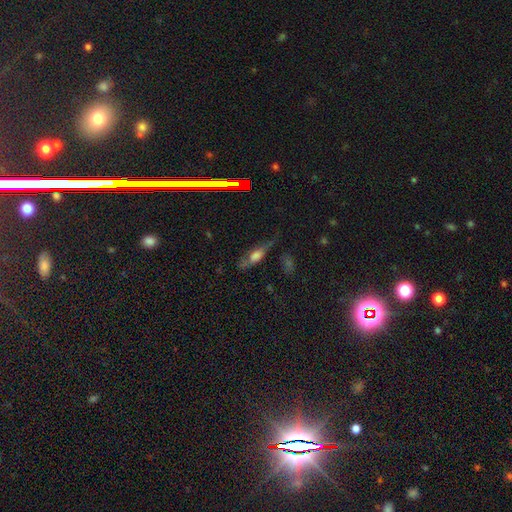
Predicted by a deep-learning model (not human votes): A featured or disk galaxy (44%). Merging: none (53%).